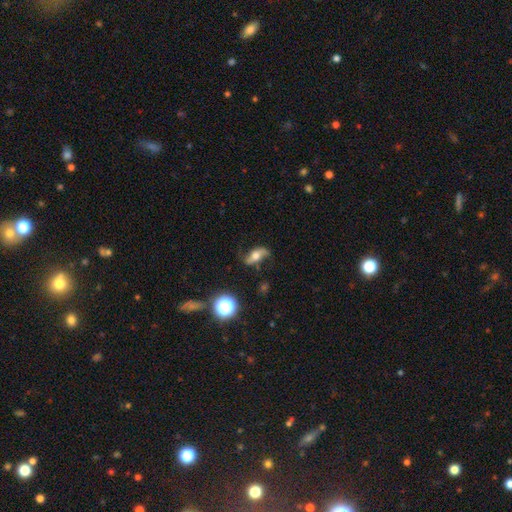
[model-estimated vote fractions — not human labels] This is likely a featured or disk galaxy (61%). It is clearly not viewed edge-on (82%). Merging: likely none (69%).